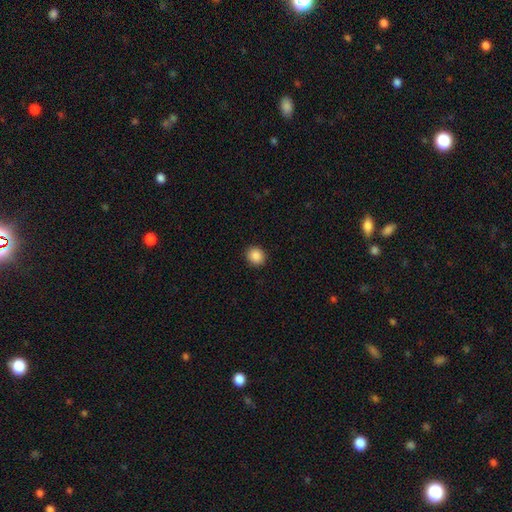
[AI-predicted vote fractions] smooth 88%, star or artifact 9%, featured or disk 3%. Down the decision tree: how rounded — round (80%); merging — none (92%).